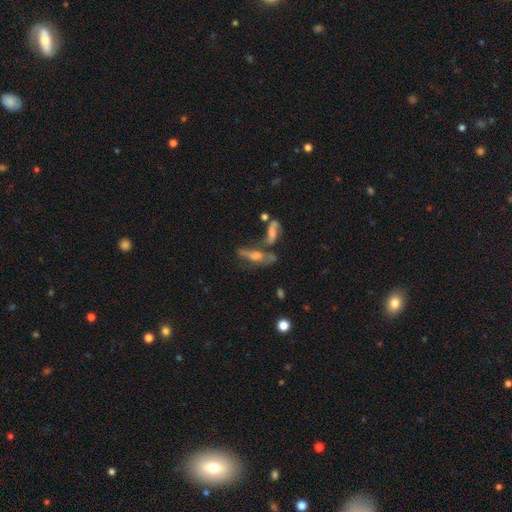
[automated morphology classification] A featured or disk galaxy (58%) viewed edge-on (56%). Merging: none (37%).